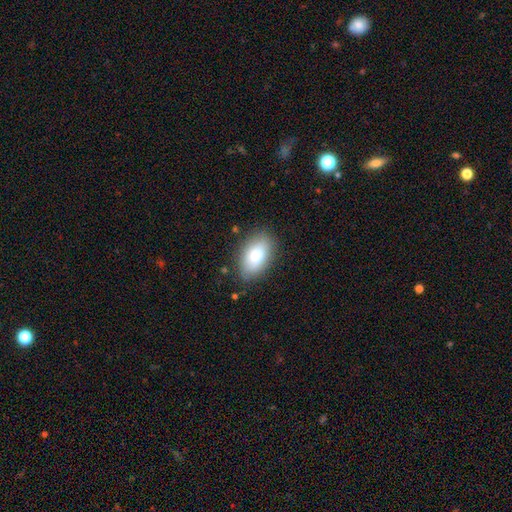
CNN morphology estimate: A smooth galaxy with no disk features (80%) that is in between round and cigar-shaped (92%).

Vote fractions:
- Smooth or featured? smooth: 80% / featured or disk: 13% / star or artifact: 7%
- How rounded? in between: 92% / round: 6% / cigar-shaped: 2%
- Merging? none: 82% / minor disturbance: 13% / major disturbance: 3% / merger: 1%